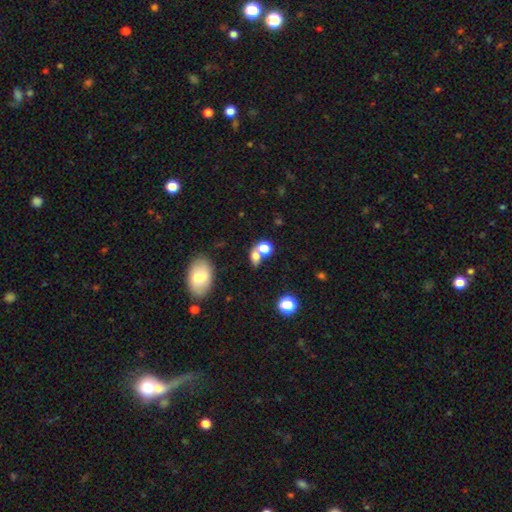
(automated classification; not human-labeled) A smooth galaxy with no disk features (73%) that is in between round and cigar-shaped (54%).

Vote fractions:
- Smooth or featured? smooth: 73% / star or artifact: 15% / featured or disk: 12%
- How rounded? in between: 54% / round: 43% / cigar-shaped: 4%
- Merging? none: 43% / merger: 41% / minor disturbance: 10% / major disturbance: 6%